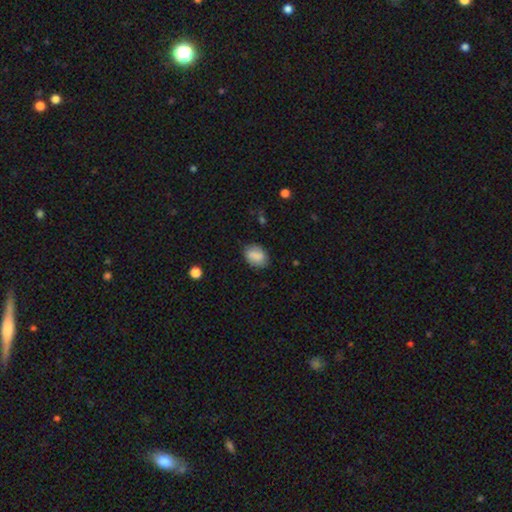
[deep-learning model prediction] Overall: smooth (79%). How rounded: in between (77%). Merging: none (76%).